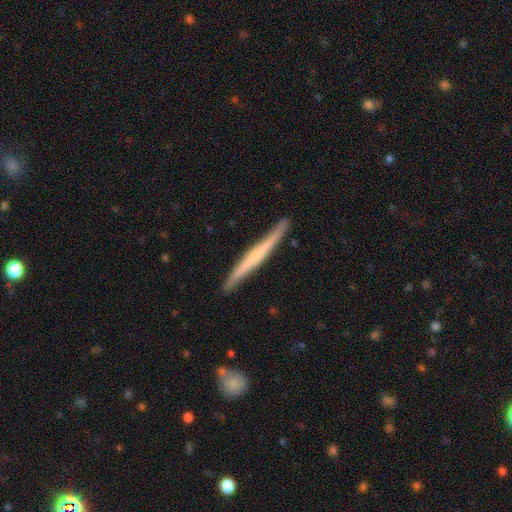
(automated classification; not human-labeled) This is possibly a featured or disk galaxy (56%). It is clearly viewed edge-on (96%). Edge-on bulge: likely none (65%). Merging: clearly none (88%).